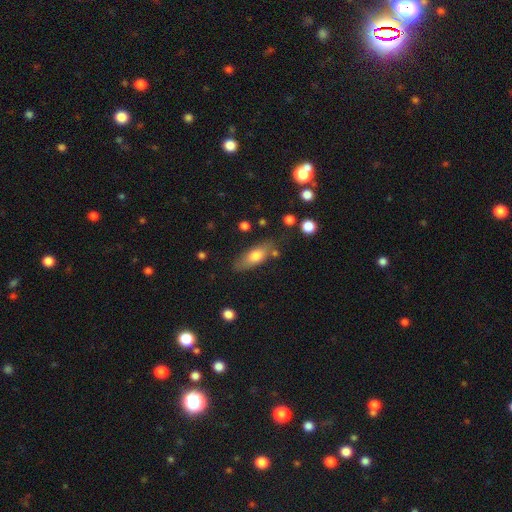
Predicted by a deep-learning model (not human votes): This is likely a smooth galaxy (71%). How rounded: likely in between (71%). Merging: likely none (72%).